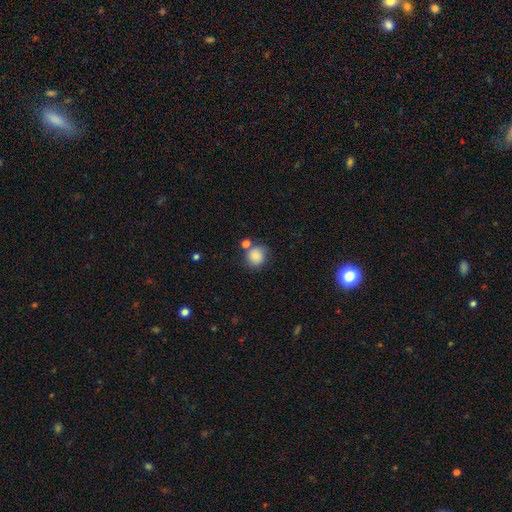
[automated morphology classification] A smooth galaxy with no disk features (84%) that is round (82%). Merging: none (63%).